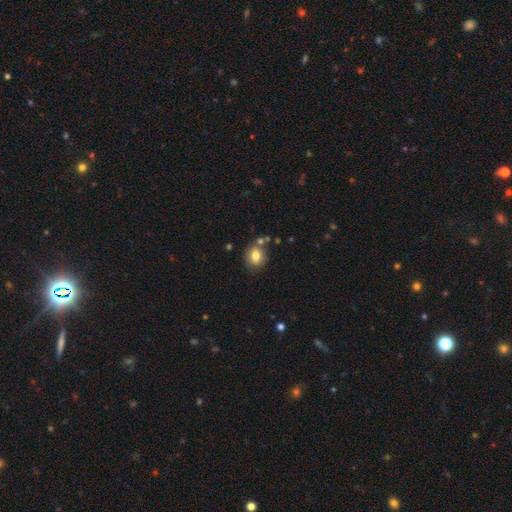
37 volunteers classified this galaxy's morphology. smooth_or_featured: smooth (p=0.95) [alt: star or artifact p=0.05]
how_rounded: round (p=0.57) [alt: in between p=0.40]
merging: none (p=0.74) [alt: minor disturbance p=0.20]